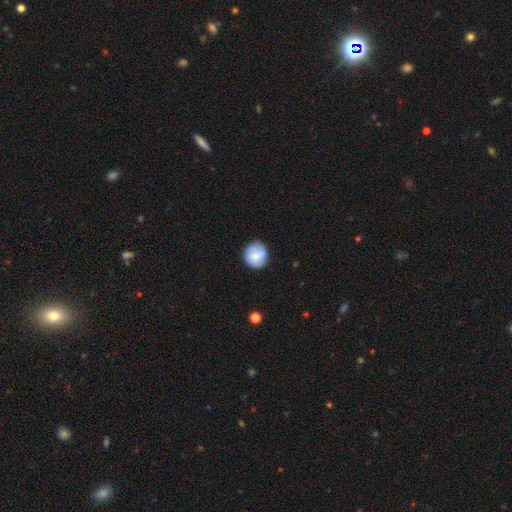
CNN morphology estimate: This appears to be a smooth galaxy with no disk features (68%) that is round (86%). Merging: none (78%).